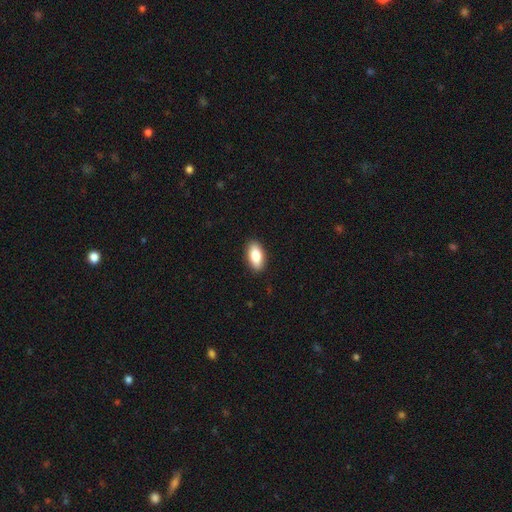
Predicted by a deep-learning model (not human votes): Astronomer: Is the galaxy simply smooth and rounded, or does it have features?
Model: smooth — 82%.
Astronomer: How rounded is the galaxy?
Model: in between — 90%.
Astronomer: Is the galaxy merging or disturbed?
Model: none — 90%.